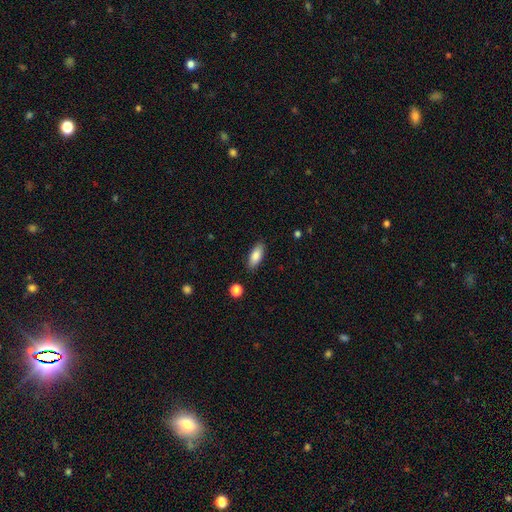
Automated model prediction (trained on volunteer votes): Morphology: type=smooth (84%); roundness=in between (81%); merging=none (87%).